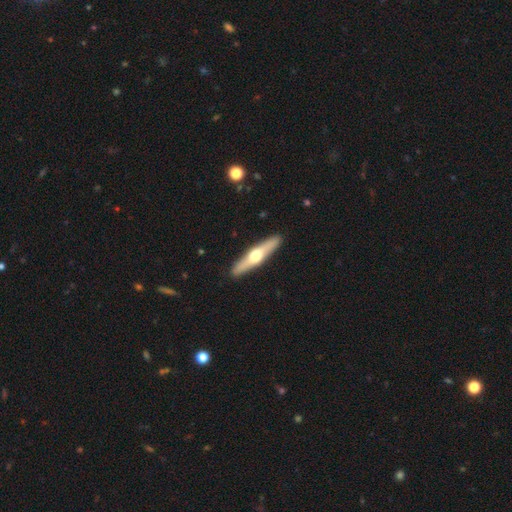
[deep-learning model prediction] Smooth or featured? Predicted: featured or disk (p=0.58). Edge-on disk? Predicted: yes (p=0.93). Edge-on bulge? Predicted: rounded (p=0.94). Merging? Predicted: none (p=0.92).